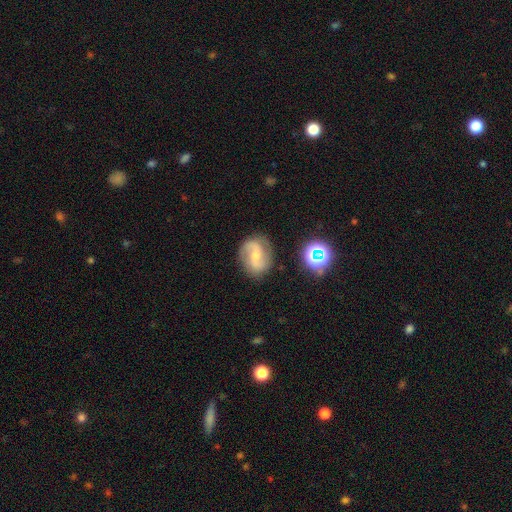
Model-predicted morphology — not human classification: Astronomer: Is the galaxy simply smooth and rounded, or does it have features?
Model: featured or disk — 77%.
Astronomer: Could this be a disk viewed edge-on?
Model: no — 97%.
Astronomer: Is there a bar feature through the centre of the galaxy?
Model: weak — 44% (runner-up: no, 35%).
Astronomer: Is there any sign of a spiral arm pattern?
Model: yes — 93%.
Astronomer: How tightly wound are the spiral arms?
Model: medium — 42%, tied with loose at 42%.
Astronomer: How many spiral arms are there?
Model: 2 — 90%.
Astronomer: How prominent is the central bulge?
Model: small — 53% (runner-up: moderate, 42%).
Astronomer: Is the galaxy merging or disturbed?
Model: none — 81%.